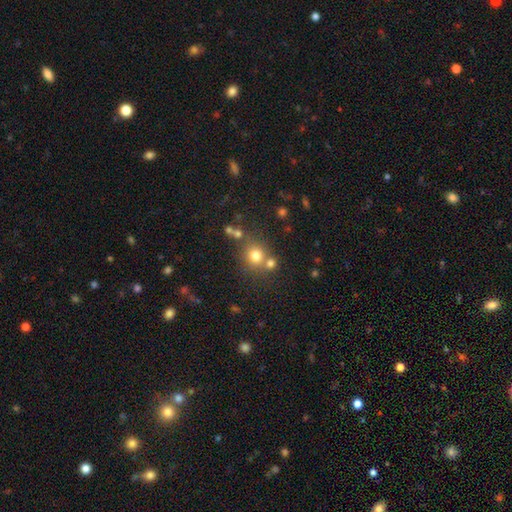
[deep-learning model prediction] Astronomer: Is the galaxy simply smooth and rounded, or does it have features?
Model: smooth — 74%.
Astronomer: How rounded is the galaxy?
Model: round — 86%.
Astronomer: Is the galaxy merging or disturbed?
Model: none — 63%.